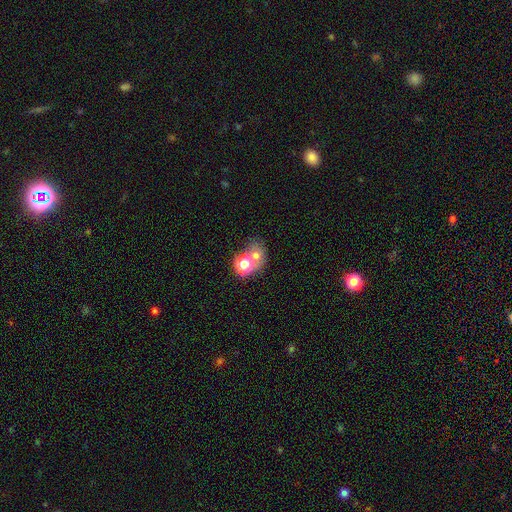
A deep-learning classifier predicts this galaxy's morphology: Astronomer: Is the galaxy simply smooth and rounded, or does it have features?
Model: smooth — 62%.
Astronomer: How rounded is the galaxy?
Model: round — 65%.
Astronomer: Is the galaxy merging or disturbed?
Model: none — 43% (runner-up: merger, 40%).